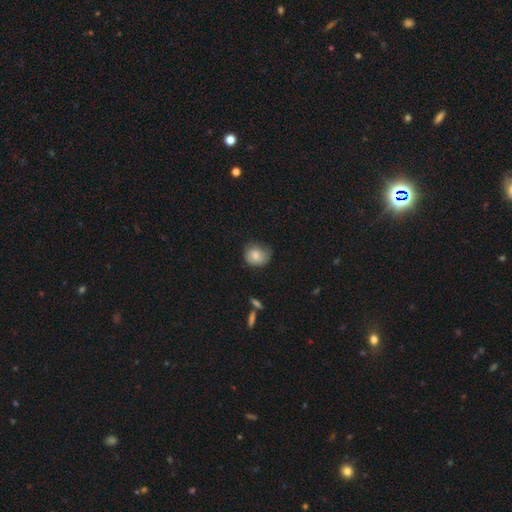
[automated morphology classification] This is likely a smooth galaxy (76%). How rounded: likely round (71%). Merging: possibly none (54%).